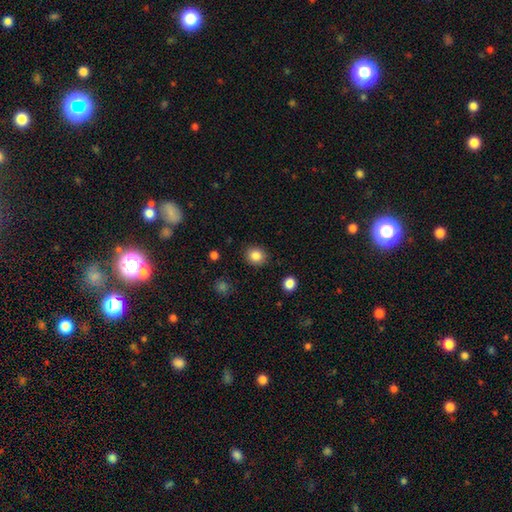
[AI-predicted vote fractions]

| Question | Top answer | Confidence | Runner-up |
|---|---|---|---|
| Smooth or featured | smooth | 86% | star or artifact (10%) |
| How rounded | round | 80% | in between (19%) |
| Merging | none | 89% | minor disturbance (7%) |